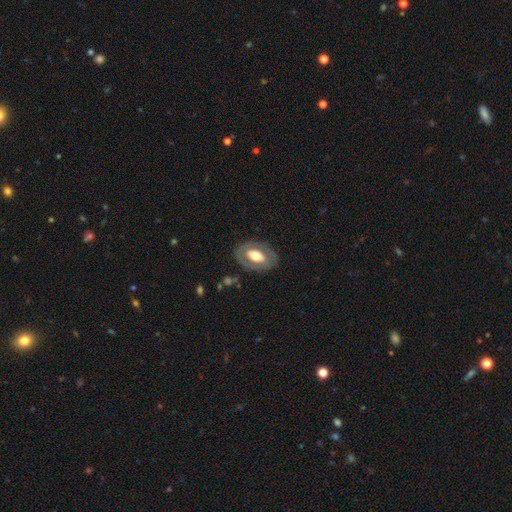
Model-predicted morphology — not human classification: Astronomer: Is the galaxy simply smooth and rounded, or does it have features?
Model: featured or disk — 51% (runner-up: smooth, 44%).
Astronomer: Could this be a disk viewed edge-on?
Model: no — 91%.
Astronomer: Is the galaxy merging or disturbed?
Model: none — 80%.